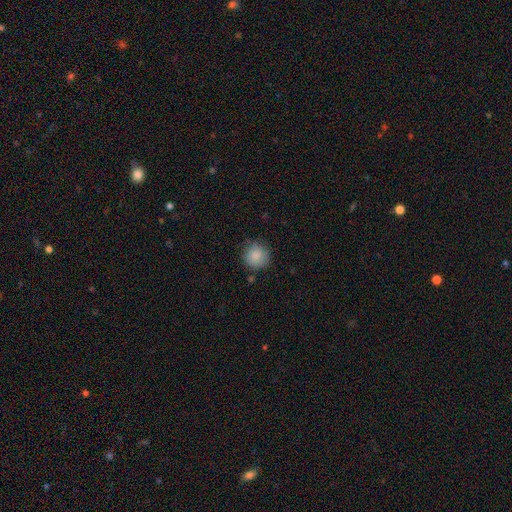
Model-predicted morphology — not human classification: This is clearly a smooth galaxy (88%). How rounded: clearly round (92%). Merging: likely none (80%).